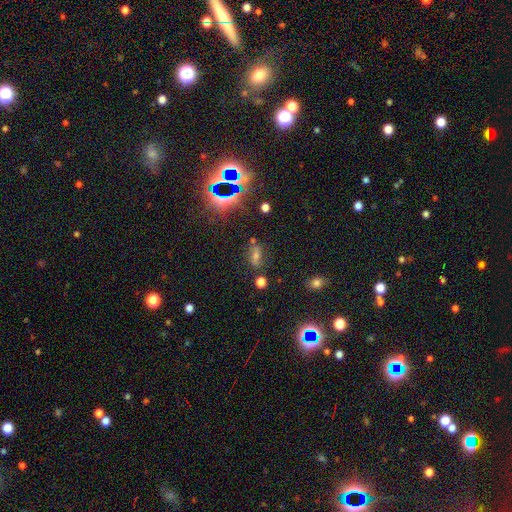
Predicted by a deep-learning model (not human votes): A star or artifact, not a galaxy (39%).